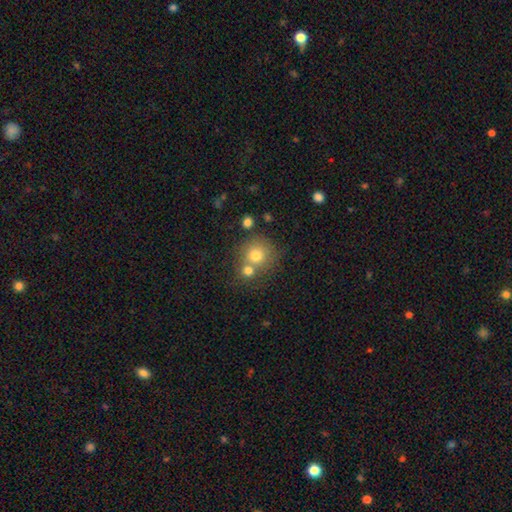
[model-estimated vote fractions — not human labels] smooth 75%, featured or disk 13%, star or artifact 12%. Down the decision tree: how rounded — round (88%); merging — none (49%).